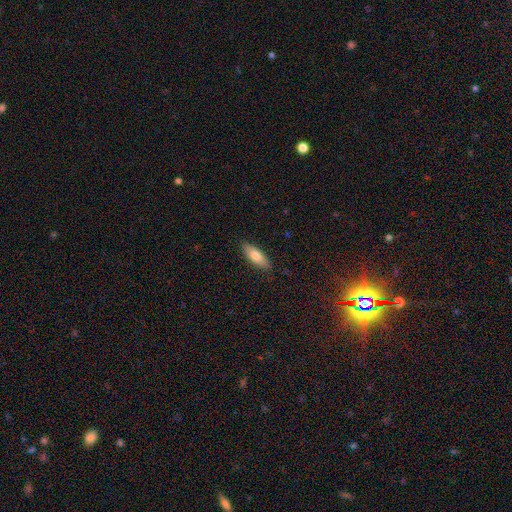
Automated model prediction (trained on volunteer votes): A smooth galaxy with no disk features (75%) that is in between round and cigar-shaped (63%). Merging: none (87%).